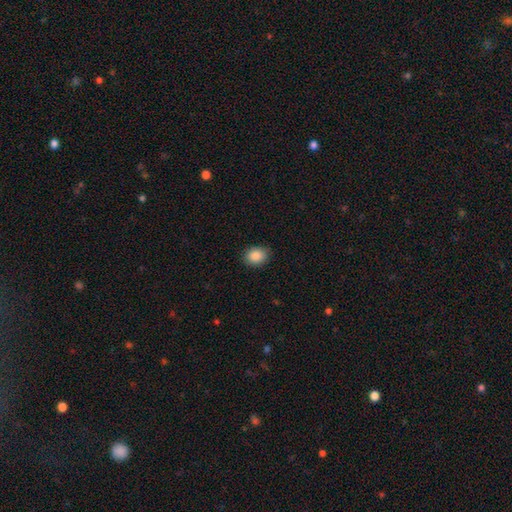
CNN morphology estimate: smooth-or-featured: smooth: 88% | star or artifact: 8% | featured or disk: 4%
  how-rounded: in between: 56% | round: 44% | cigar-shaped: 1%
  merging: none: 87% | minor disturbance: 10% | major disturbance: 2% | merger: 1%